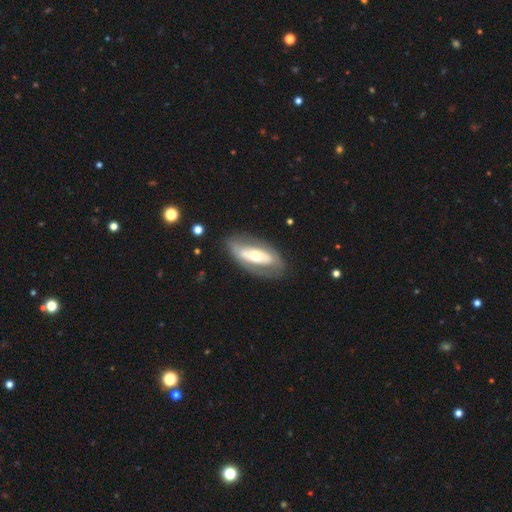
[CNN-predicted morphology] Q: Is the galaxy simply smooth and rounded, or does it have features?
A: featured or disk — 62%.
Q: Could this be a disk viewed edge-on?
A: no — 84%.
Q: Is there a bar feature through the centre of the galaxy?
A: no — 51%.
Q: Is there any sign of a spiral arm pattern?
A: no — 64%.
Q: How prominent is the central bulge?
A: moderate — 61%.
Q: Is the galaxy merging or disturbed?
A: none — 72%.